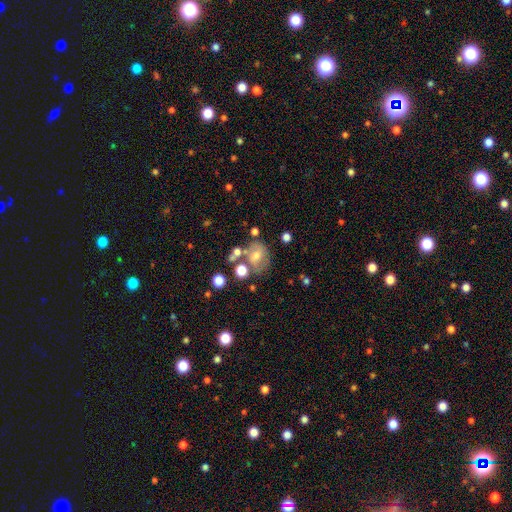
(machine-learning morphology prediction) A smooth galaxy with no disk features (50%) that is round (56%).

Vote fractions:
- Smooth or featured? smooth: 50% / featured or disk: 36% / star or artifact: 14%
- How rounded? round: 56% / in between: 42% / cigar-shaped: 1%
- Merging? none: 48% / merger: 22% / minor disturbance: 18% / major disturbance: 12%